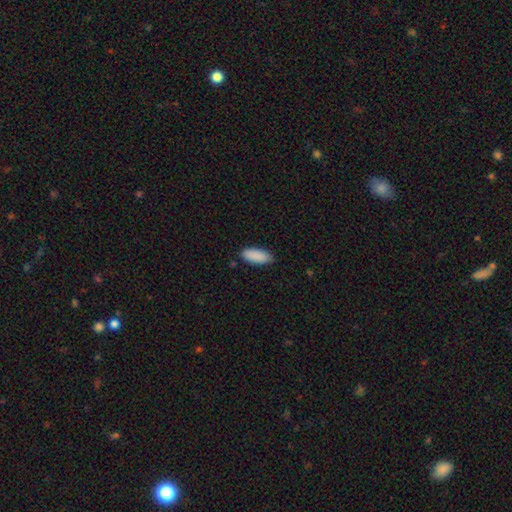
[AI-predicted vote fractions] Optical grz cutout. It shows a smooth galaxy with no disk features (90%) that is in between round and cigar-shaped (83%). Merging: none (85%).